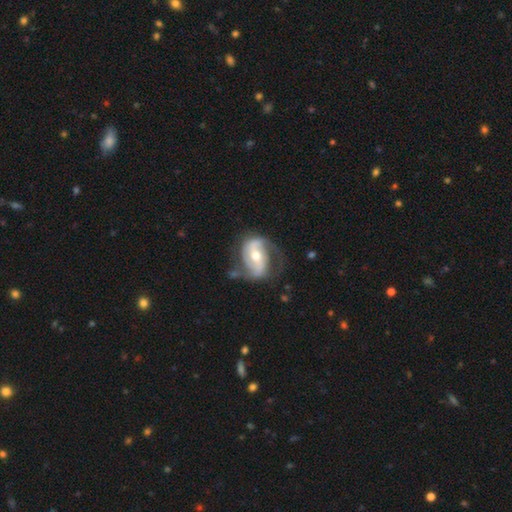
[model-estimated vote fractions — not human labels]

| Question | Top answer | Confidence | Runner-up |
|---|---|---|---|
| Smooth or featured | featured or disk | 84% | smooth (11%) |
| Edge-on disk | no | 97% | yes (3%) |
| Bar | weak | 36% | no (32%) |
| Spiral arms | yes | 93% | no (7%) |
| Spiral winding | medium | 44% | loose (33%) |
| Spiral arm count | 2 | 83% | can't tell (6%) |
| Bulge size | moderate | 65% | small (29%) |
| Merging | none | 57% | minor disturbance (24%) |